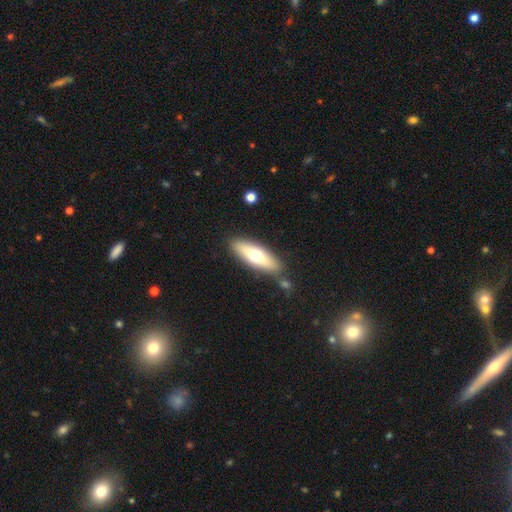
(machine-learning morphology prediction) smooth 60%, featured or disk 34%, star or artifact 6%. Down the decision tree: how rounded — in between (50%); merging — none (78%).